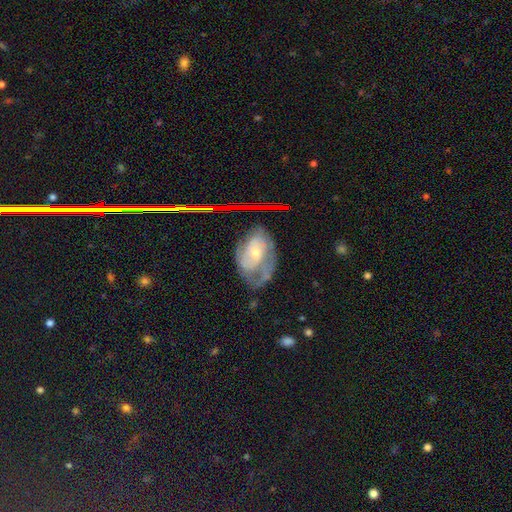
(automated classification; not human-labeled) Smooth or featured: featured or disk — 70% (smooth — 21%)
Edge-on disk: no — 95% (yes — 5%)
Bar: no — 65% (weak — 27%)
Spiral arms: yes — 82% (no — 18%)
Spiral winding: tight — 45% (medium — 38%)
Spiral arm count: 2 — 43% (can't tell — 33%)
Bulge size: small — 61% (moderate — 33%)
Merging: none — 49% (minor disturbance — 27%)